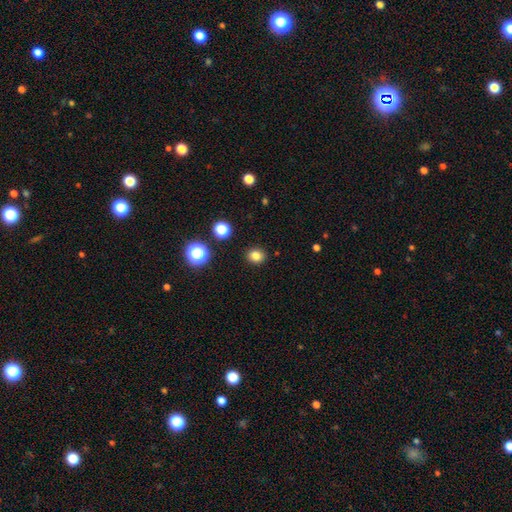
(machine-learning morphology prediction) Smooth or featured? smooth (81%)
How rounded? round (72%)
Merging? none (90%)